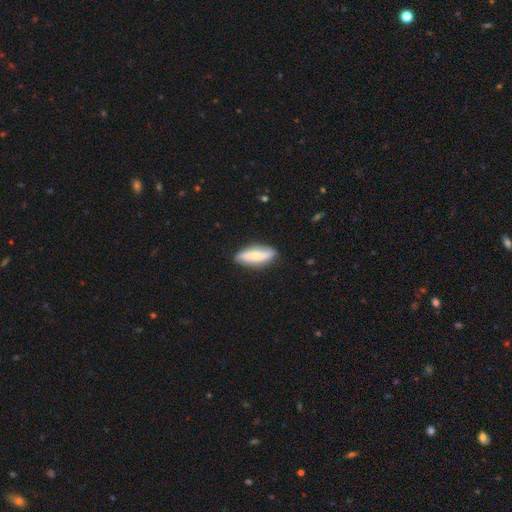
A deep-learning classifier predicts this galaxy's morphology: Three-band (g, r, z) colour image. It shows a smooth galaxy with no disk features (50%) that is in between round and cigar-shaped (61%). Merging: none (82%).